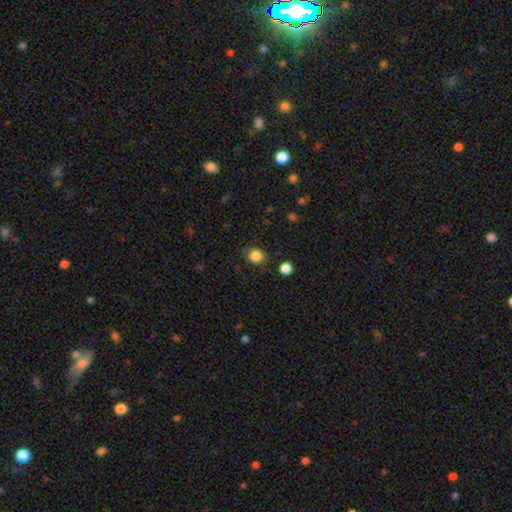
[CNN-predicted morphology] smooth_or_featured: smooth (p=0.85) [alt: star or artifact p=0.11]
how_rounded: round (p=0.82) [alt: in between p=0.17]
merging: none (p=0.81) [alt: minor disturbance p=0.13]